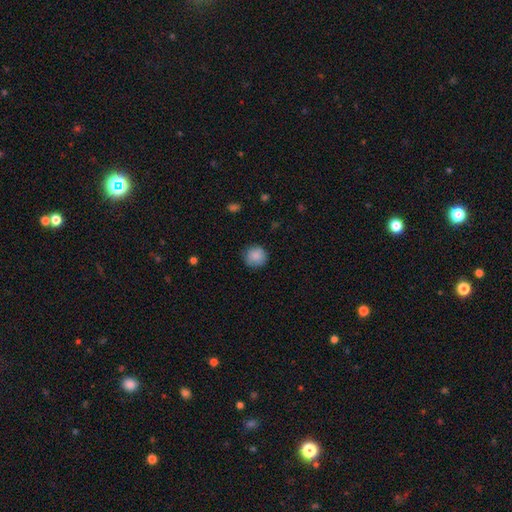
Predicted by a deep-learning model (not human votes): Overall: smooth (87%). How rounded: round (92%). Merging: none (83%).